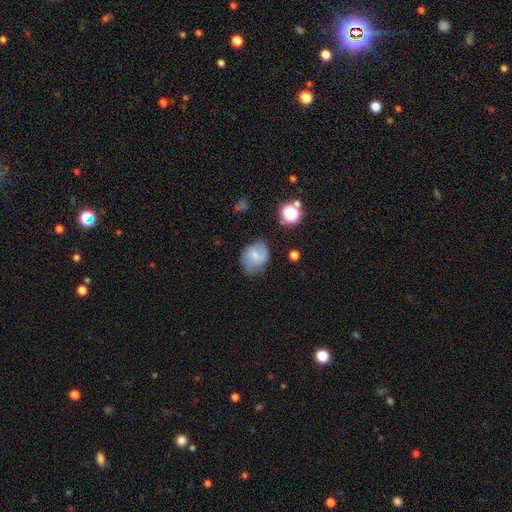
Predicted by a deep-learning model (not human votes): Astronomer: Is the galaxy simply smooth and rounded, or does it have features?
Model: smooth — 53% (runner-up: featured or disk, 37%).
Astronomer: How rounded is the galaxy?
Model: round — 53% (runner-up: in between, 46%).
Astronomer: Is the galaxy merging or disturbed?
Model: none — 65%.